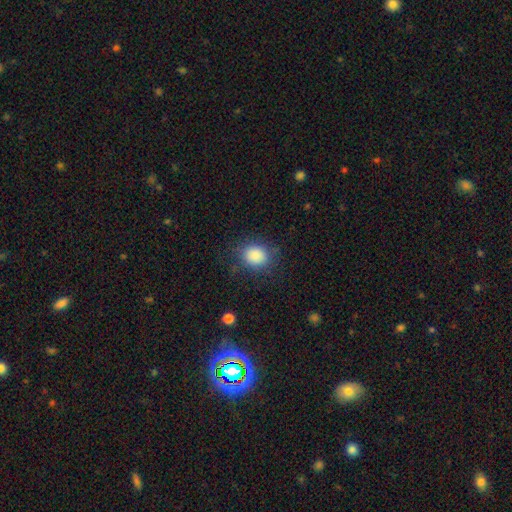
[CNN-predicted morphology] Smooth or featured?
  - smooth: 87% *
  - star or artifact: 9%
  - featured or disk: 4%
How rounded?
  - round: 64% *
  - in between: 35%
  - cigar-shaped: 1%
Merging?
  - none: 81% *
  - minor disturbance: 12%
  - major disturbance: 6%
  - merger: 1%